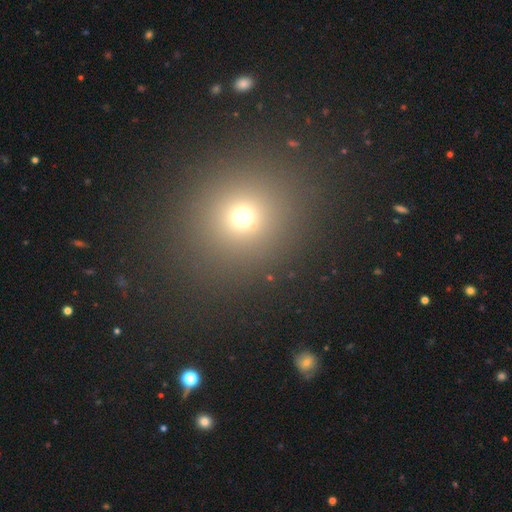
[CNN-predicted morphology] The model was most divided on "smooth or featured": smooth: 63%, star or artifact: 31%, featured or disk: 7%. More confident: merging — none (91%); how rounded — round (85%).